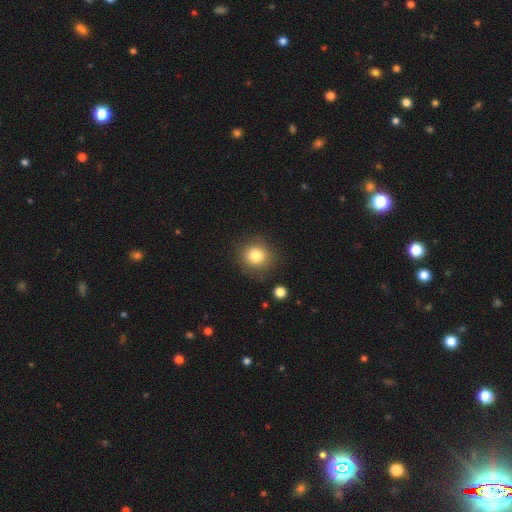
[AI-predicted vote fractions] The model was most divided on "how rounded": round: 84%, in between: 15%, cigar-shaped: 1%. More confident: merging — none (83%); smooth or featured — smooth (82%).